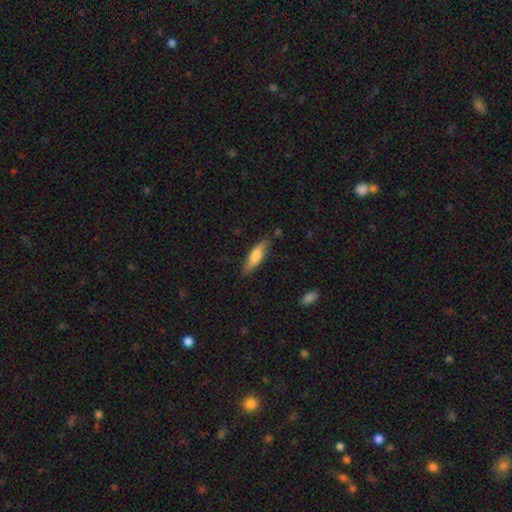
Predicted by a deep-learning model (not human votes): smooth_or_featured: smooth (p=0.74) [alt: featured or disk p=0.21]
how_rounded: cigar-shaped (p=0.59) [alt: in between p=0.39]
merging: none (p=0.80) [alt: minor disturbance p=0.15]